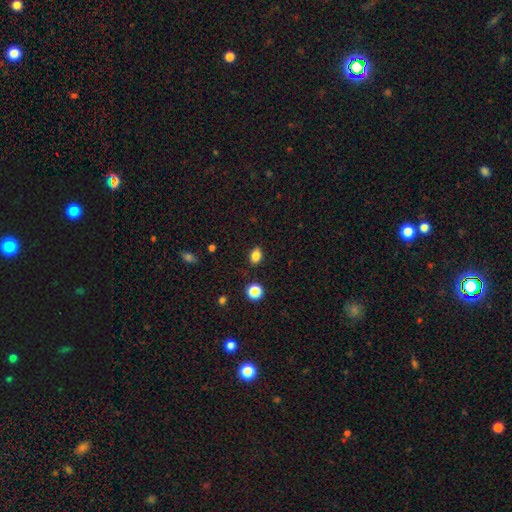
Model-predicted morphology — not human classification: Q: Smooth or featured?
A: smooth (83%); runner-up: star or artifact (11%)
Q: How rounded?
A: in between (76%); runner-up: round (22%)
Q: Merging?
A: none (86%); runner-up: minor disturbance (10%)